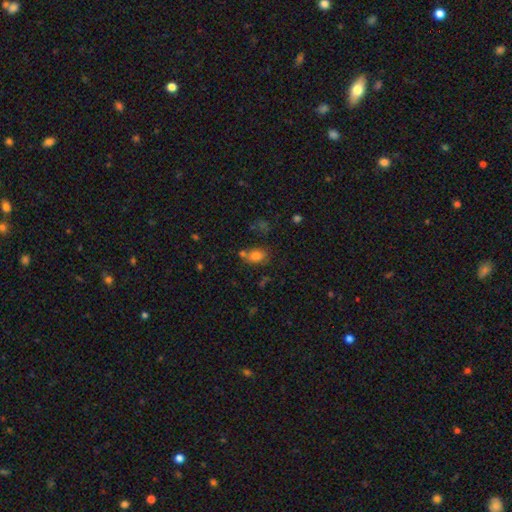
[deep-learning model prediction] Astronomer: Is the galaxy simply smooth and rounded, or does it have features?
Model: smooth — 78%.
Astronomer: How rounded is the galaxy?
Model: in between — 72%.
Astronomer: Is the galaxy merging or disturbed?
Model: none — 59%.